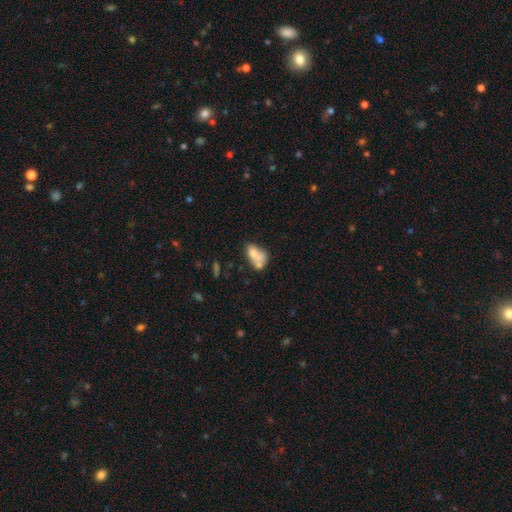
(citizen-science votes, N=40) smooth 55%, featured or disk 40%, star or artifact 5%. Down the decision tree: how rounded — in between (64%); merging — merger (45%).